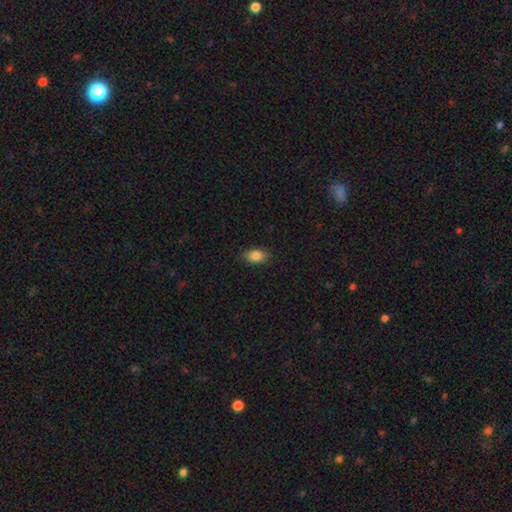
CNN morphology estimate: A smooth galaxy with no disk features (86%) that is in between round and cigar-shaped (88%). Merging: none (86%).